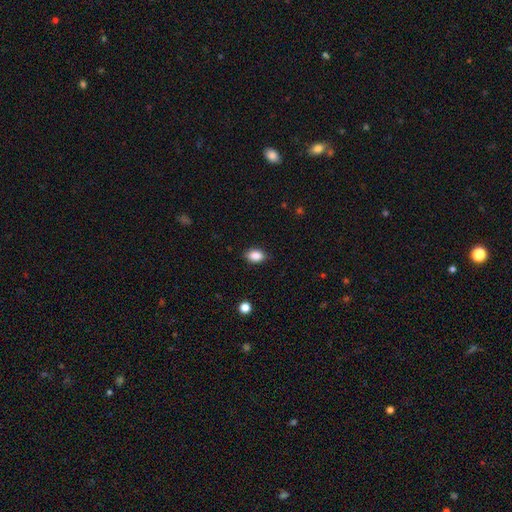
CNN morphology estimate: smooth_or_featured: smooth (p=0.88) [alt: star or artifact p=0.08]
how_rounded: in between (p=0.86) [alt: round p=0.13]
merging: none (p=0.85) [alt: minor disturbance p=0.12]